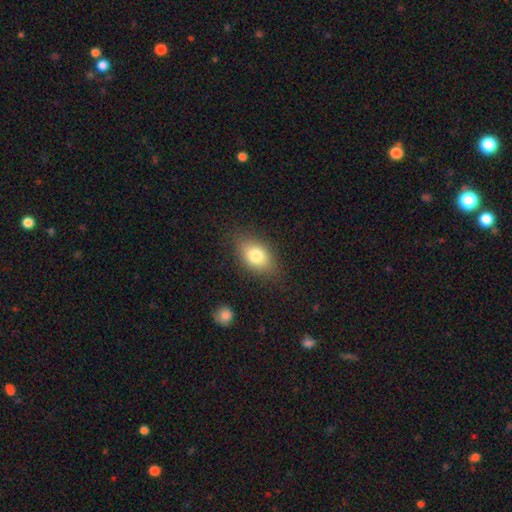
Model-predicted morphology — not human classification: smooth 78%, featured or disk 14%, star or artifact 9%. Down the decision tree: how rounded — in between (83%); merging — none (80%).